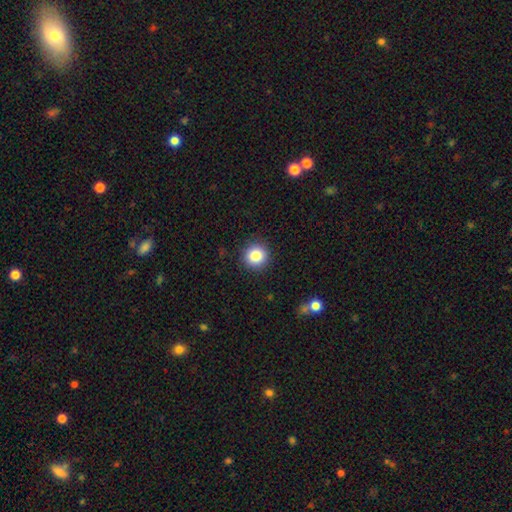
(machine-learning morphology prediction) smooth-or-featured: smooth: 84% | star or artifact: 10% | featured or disk: 6%
  how-rounded: round: 94% | in between: 5% | cigar-shaped: 1%
  merging: none: 91% | minor disturbance: 6% | major disturbance: 2% | merger: 1%